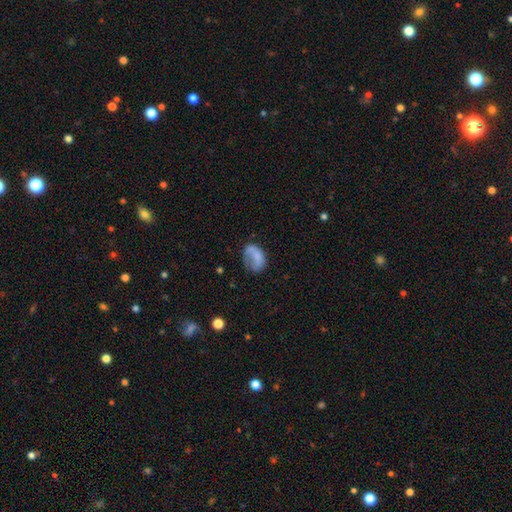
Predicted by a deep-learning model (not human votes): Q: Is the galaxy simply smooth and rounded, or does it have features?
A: smooth — 66%.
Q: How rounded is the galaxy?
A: in between — 75%.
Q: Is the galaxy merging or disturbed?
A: none — 37%.